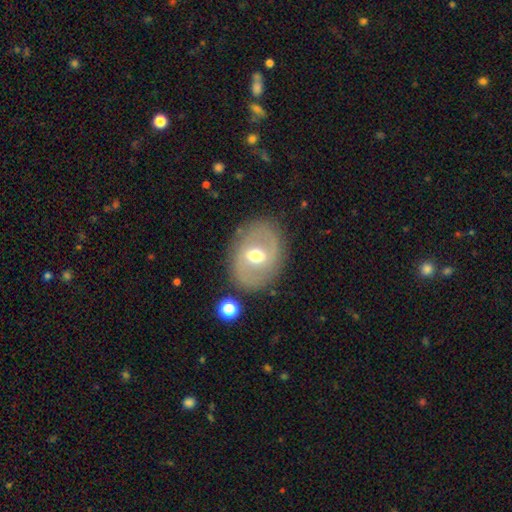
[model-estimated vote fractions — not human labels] The model was most divided on "spiral arms": no: 51%, yes: 49%. More confident: edge-on disk — no (94%); merging — none (80%); bulge size — moderate (73%); smooth or featured — featured or disk (60%); bar — weak (52%).